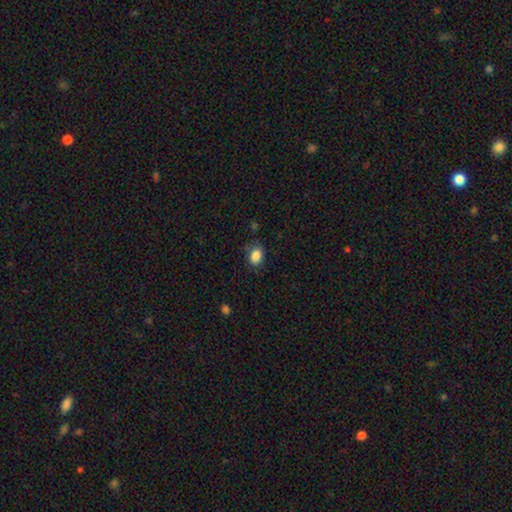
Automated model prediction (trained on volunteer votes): Q: Smooth or featured?
A: smooth (87%); runner-up: star or artifact (9%)
Q: How rounded?
A: in between (75%); runner-up: round (24%)
Q: Merging?
A: none (76%); runner-up: minor disturbance (18%)